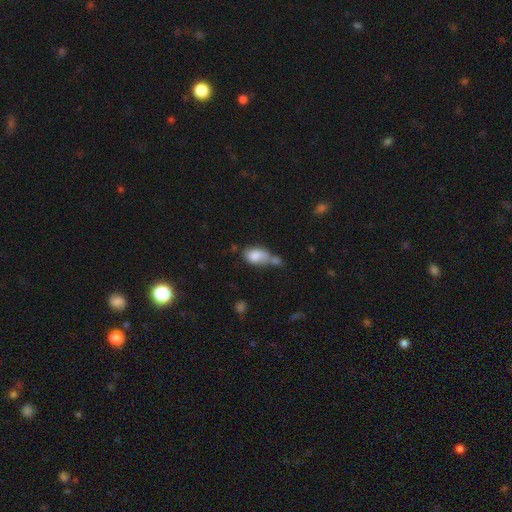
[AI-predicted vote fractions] This is likely a smooth galaxy (78%). How rounded: clearly in between (82%). Merging: possibly merger (51%).